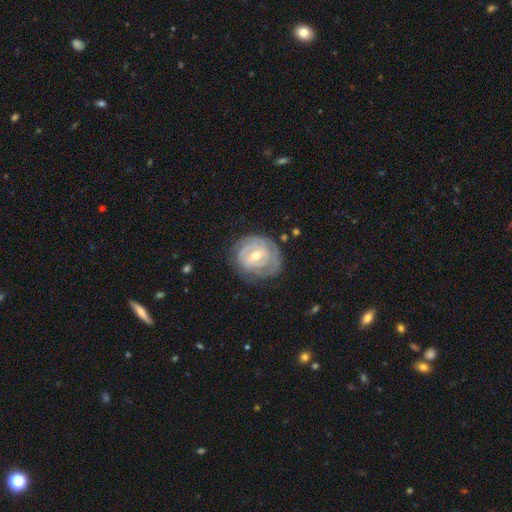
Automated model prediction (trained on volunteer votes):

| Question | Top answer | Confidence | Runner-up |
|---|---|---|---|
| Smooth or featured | featured or disk | 83% | smooth (12%) |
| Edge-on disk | no | 97% | yes (3%) |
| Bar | weak | 50% | no (27%) |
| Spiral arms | yes | 88% | no (12%) |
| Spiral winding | tight | 77% | medium (18%) |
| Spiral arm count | can't tell | 41% | 2 (30%) |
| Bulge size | moderate | 56% | small (41%) |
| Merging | none | 72% | minor disturbance (19%) |